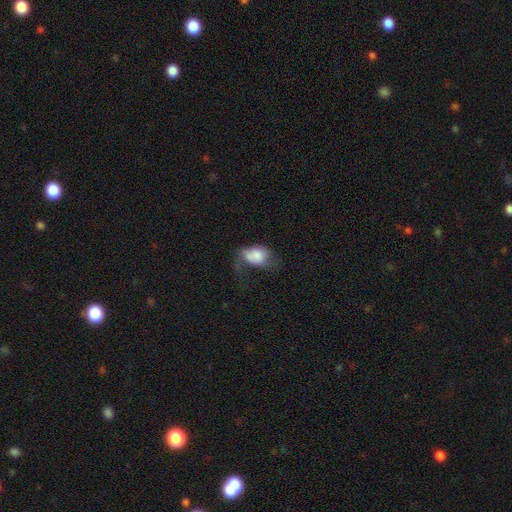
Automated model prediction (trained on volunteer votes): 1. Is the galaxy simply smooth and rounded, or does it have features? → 74% smooth, 18% featured or disk, 8% star or artifact.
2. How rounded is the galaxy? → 78% in between, 20% round, 2% cigar-shaped.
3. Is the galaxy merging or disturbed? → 47% major disturbance, 26% minor disturbance, 21% none, 6% merger.